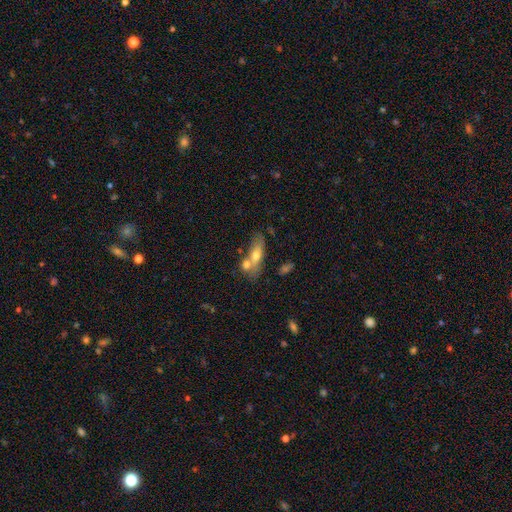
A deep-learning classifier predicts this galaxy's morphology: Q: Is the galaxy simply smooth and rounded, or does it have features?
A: smooth — 58%.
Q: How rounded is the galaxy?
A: in between — 52%.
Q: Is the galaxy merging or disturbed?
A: none — 44%.